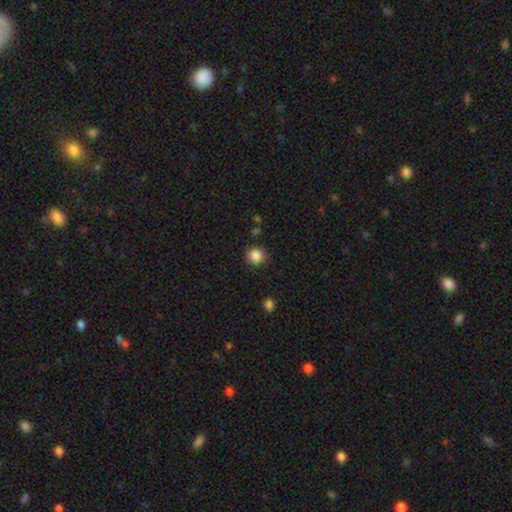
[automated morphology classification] Smooth or featured? smooth (86%)
How rounded? round (90%)
Merging? none (90%)